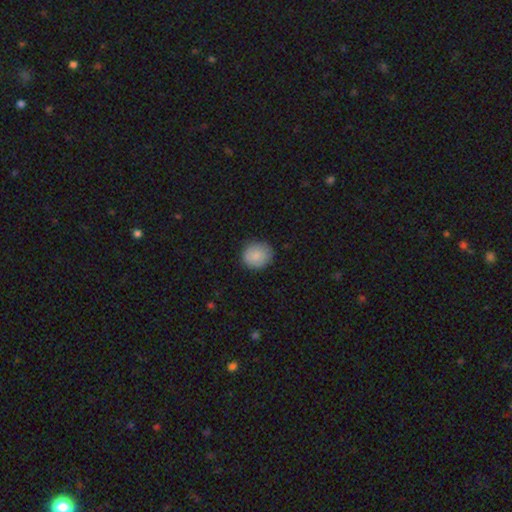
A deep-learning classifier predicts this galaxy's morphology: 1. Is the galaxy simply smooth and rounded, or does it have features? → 83% smooth, 10% featured or disk, 7% star or artifact.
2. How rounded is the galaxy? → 80% round, 20% in between, 1% cigar-shaped.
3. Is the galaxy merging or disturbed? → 85% none, 12% minor disturbance, 3% major disturbance, 1% merger.